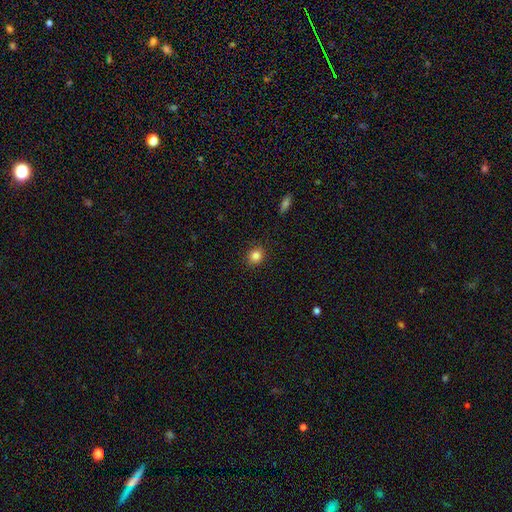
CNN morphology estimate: Q: Smooth or featured?
A: smooth (84%); runner-up: star or artifact (11%)
Q: How rounded?
A: round (76%); runner-up: in between (23%)
Q: Merging?
A: none (90%); runner-up: minor disturbance (7%)